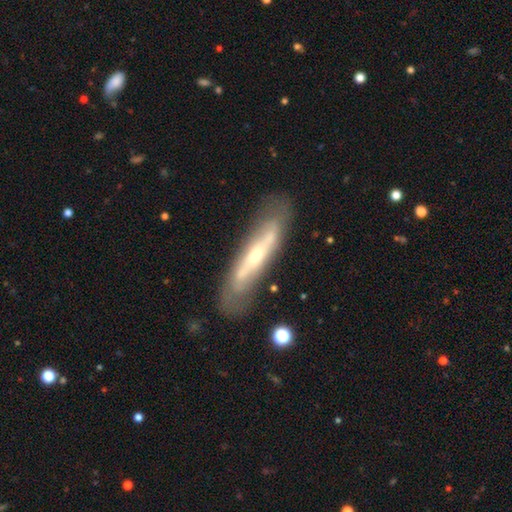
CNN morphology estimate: Smooth or featured: featured or disk — 68% (smooth — 25%)
Edge-on disk: no — 52% (yes — 48%)
Merging: none — 73% (minor disturbance — 17%)